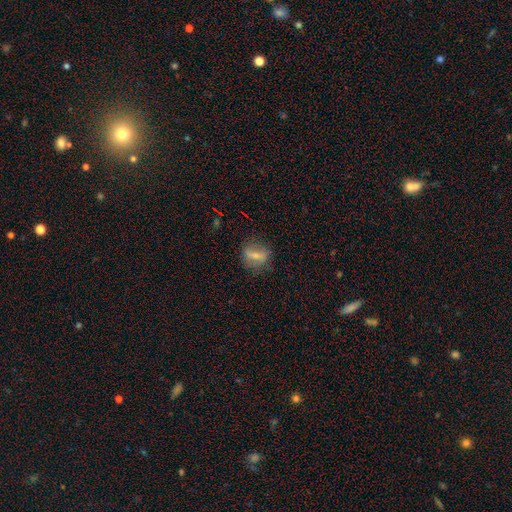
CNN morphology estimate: The model was most divided on "how rounded": round: 50%, in between: 41%, cigar-shaped: 9%. More confident: merging — none (76%); smooth or featured — smooth (52%).